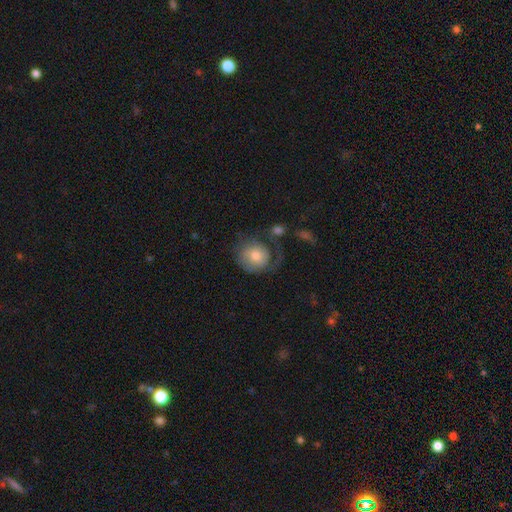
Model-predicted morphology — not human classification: A smooth galaxy with no disk features (56%) that is round (81%).

Vote fractions:
- Smooth or featured? smooth: 56% / featured or disk: 36% / star or artifact: 8%
- How rounded? round: 81% / in between: 18% / cigar-shaped: 1%
- Merging? none: 45% / major disturbance: 29% / minor disturbance: 20% / merger: 6%